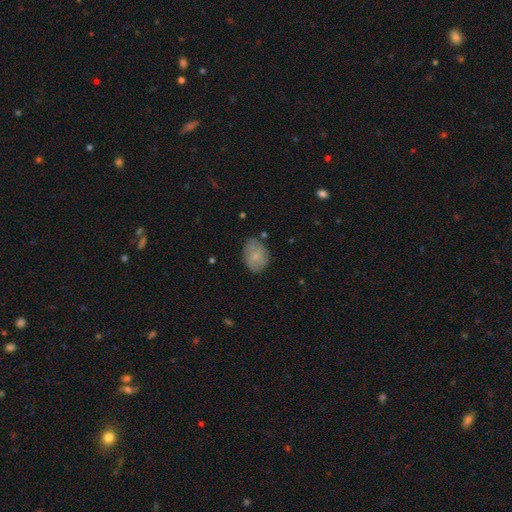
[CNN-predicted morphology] smooth-or-featured: smooth: 67% | featured or disk: 26% | star or artifact: 7%
  how-rounded: in between: 74% | round: 25% | cigar-shaped: 1%
  merging: none: 75% | minor disturbance: 19% | major disturbance: 4% | merger: 2%